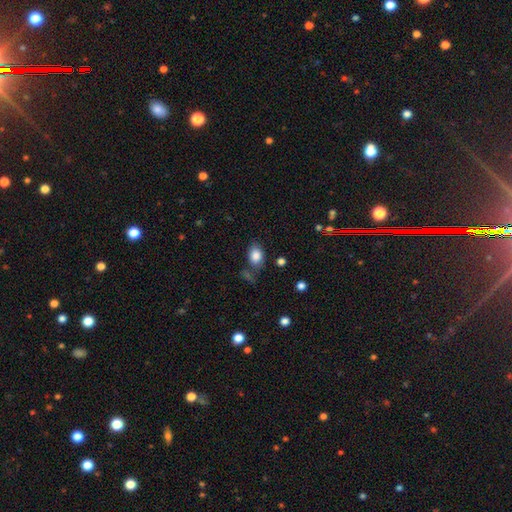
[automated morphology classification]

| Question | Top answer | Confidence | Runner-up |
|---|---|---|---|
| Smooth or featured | smooth | 84% | star or artifact (9%) |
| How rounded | in between | 76% | round (23%) |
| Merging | none | 65% | minor disturbance (19%) |